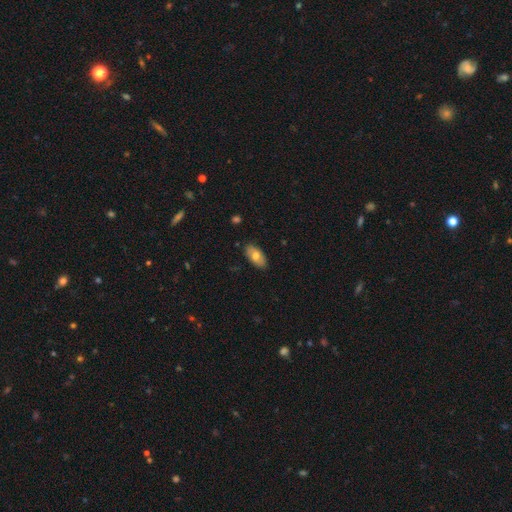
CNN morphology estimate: This appears to be a smooth galaxy with no disk features (70%) that is in between round and cigar-shaped (92%). Merging: none (86%).